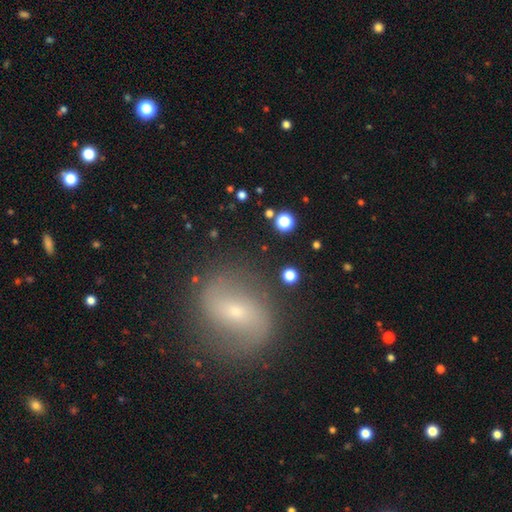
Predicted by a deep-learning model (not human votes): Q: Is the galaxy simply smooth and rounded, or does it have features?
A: featured or disk — 64%.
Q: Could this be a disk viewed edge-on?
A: no — 95%.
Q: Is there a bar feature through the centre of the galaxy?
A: weak — 44%.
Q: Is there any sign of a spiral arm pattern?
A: yes — 83%.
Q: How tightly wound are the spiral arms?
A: loose — 48%.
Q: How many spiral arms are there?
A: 2 — 87%.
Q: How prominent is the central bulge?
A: small — 69%.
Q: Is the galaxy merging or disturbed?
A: none — 83%.